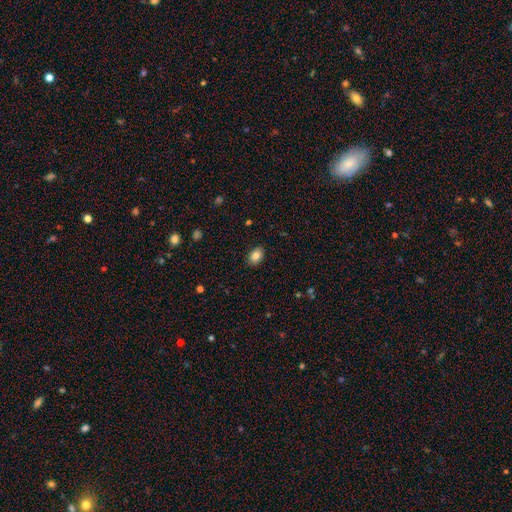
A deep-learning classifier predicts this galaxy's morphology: smooth-or-featured: smooth: 85% | star or artifact: 9% | featured or disk: 6%
  how-rounded: in between: 78% | round: 21% | cigar-shaped: 1%
  merging: none: 88% | minor disturbance: 9% | major disturbance: 2% | merger: 1%